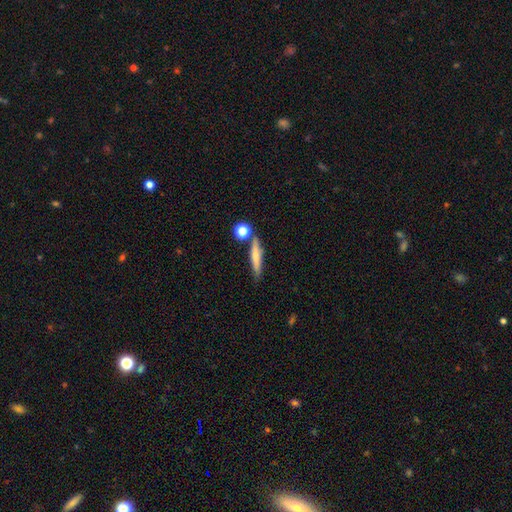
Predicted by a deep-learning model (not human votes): Smooth or featured: smooth — 65% (featured or disk — 28%)
How rounded: cigar-shaped — 83% (in between — 12%)
Merging: none — 71% (minor disturbance — 13%)